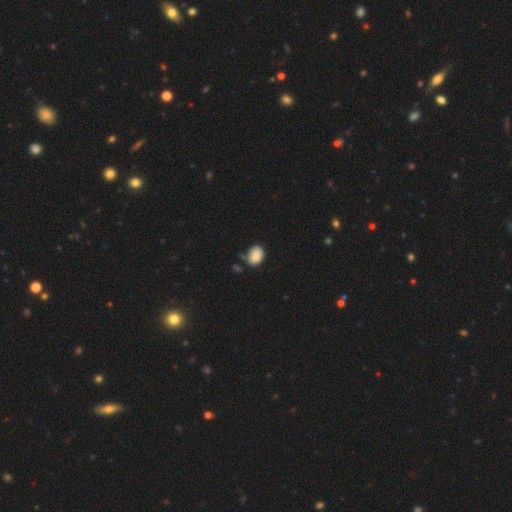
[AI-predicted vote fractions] Smooth or featured? Predicted: smooth (p=0.85). How rounded? Predicted: in between (p=0.67). Merging? Predicted: none (p=0.66).